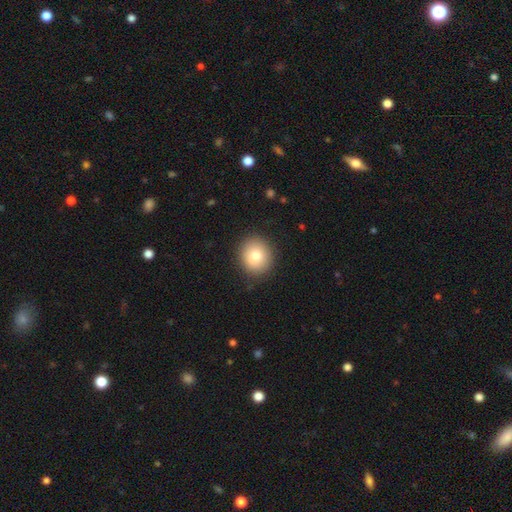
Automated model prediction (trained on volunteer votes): This appears to be a smooth galaxy with no disk features (80%) that is round (83%). Merging: none (88%).